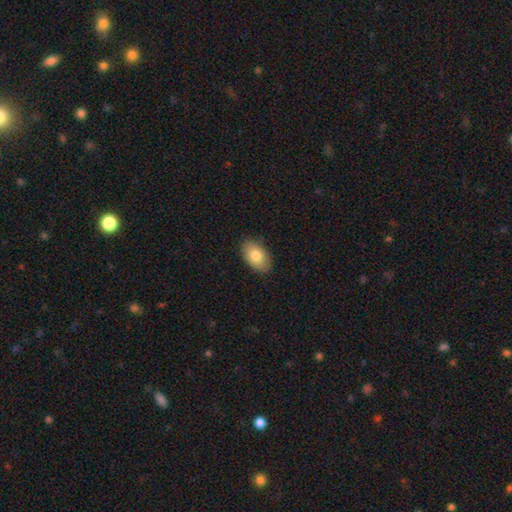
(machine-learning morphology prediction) Smooth or featured? Predicted: smooth (p=0.80). How rounded? Predicted: in between (p=0.92). Merging? Predicted: none (p=0.86).